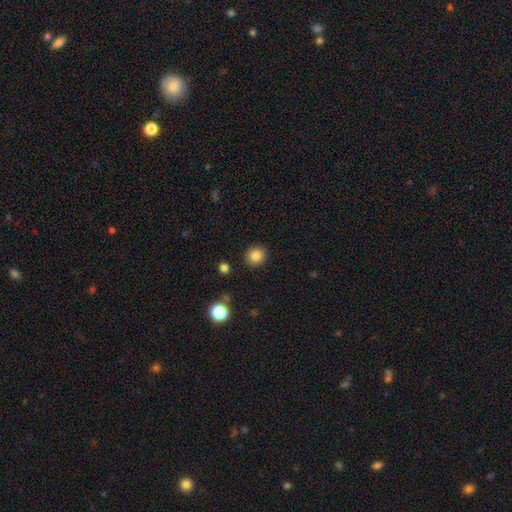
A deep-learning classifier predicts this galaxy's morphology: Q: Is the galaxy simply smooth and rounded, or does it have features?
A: smooth — 84%.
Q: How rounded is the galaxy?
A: round — 85%.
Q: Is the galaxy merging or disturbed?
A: none — 90%.